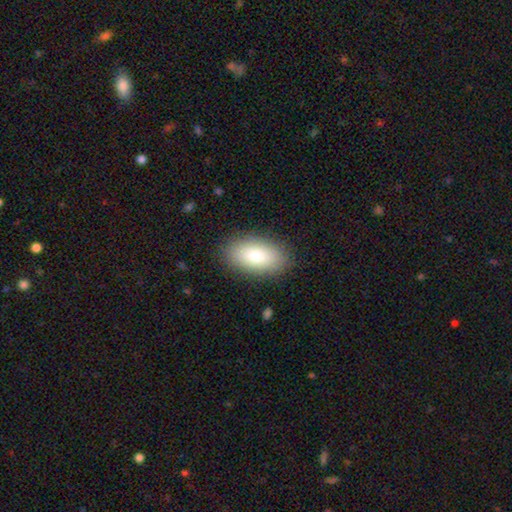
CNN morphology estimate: Smooth or featured? smooth (84%)
How rounded? in between (93%)
Merging? none (87%)